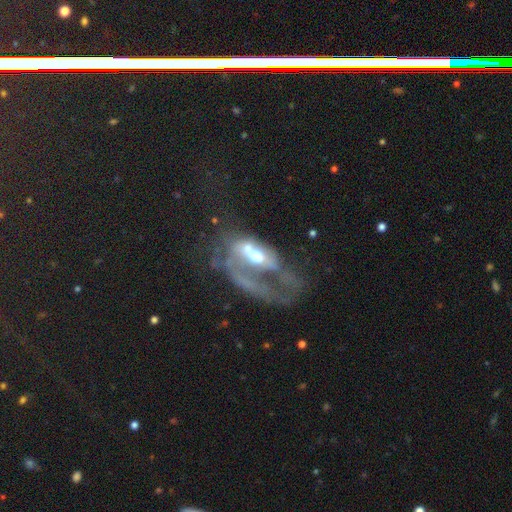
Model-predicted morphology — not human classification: This is possibly a featured or disk galaxy (59%). It is clearly not viewed edge-on (93%). Bar: likely no (70%). Spiral arm pattern: likely no (61%). Central bulge: likely moderate (64%). Merging: possibly major disturbance (48%).